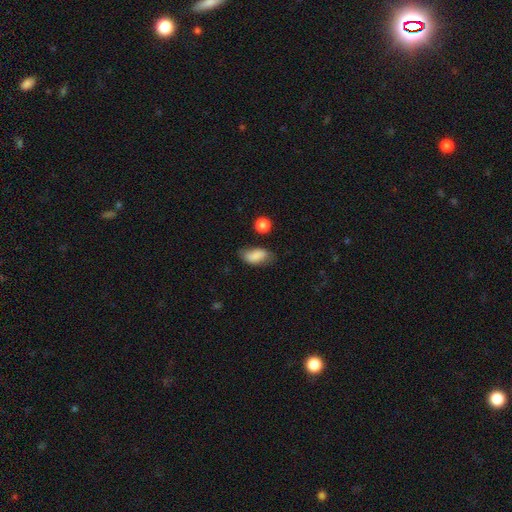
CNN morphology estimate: smooth 82%, featured or disk 10%, star or artifact 8%. Down the decision tree: how rounded — in between (90%); merging — none (61%).